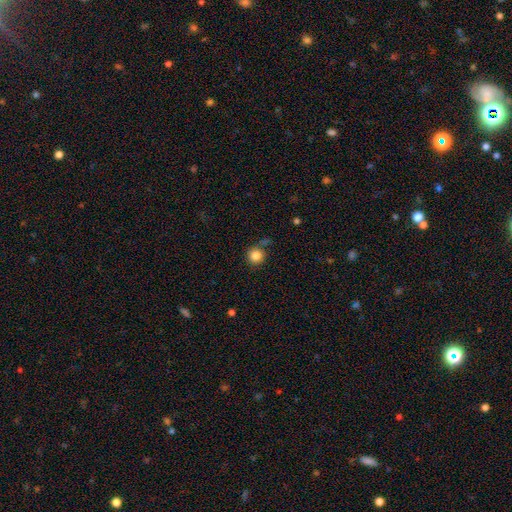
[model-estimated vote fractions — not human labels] This is clearly a smooth galaxy (84%). How rounded: clearly round (94%). Merging: likely none (77%).